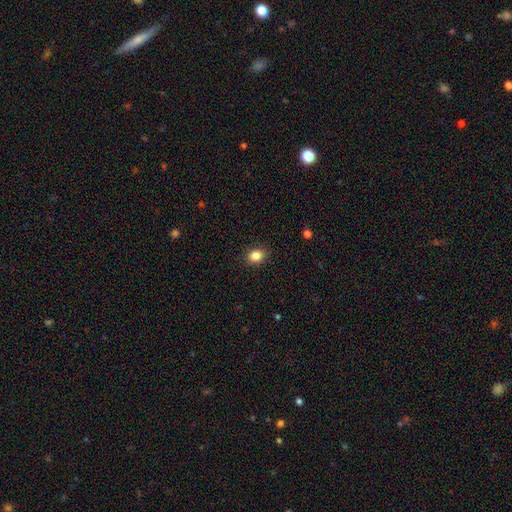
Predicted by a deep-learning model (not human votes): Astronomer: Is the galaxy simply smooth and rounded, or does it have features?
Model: smooth — 85%.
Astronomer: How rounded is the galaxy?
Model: in between — 54% (runner-up: round, 45%).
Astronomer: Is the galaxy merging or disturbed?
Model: none — 89%.